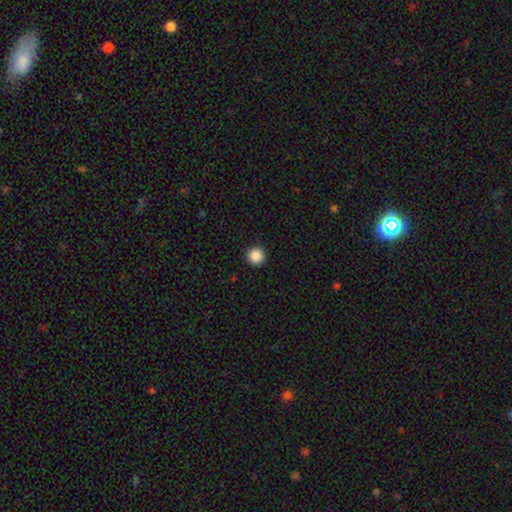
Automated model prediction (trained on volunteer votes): A smooth galaxy with no disk features (88%) that is round (97%). Merging: none (93%).